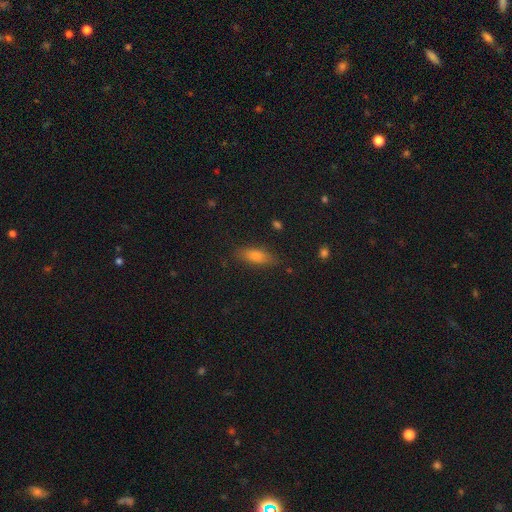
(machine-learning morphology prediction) This is likely a smooth galaxy (68%). How rounded: possibly in between (59%). Merging: clearly none (83%).